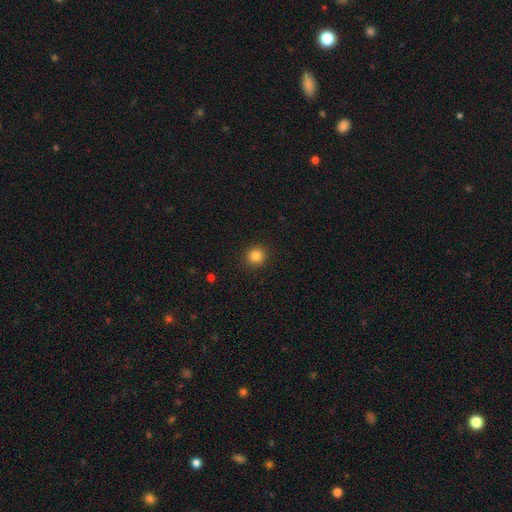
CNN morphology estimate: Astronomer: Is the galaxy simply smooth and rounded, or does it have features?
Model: smooth — 84%.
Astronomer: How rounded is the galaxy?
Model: round — 93%.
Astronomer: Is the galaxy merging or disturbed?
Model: none — 92%.